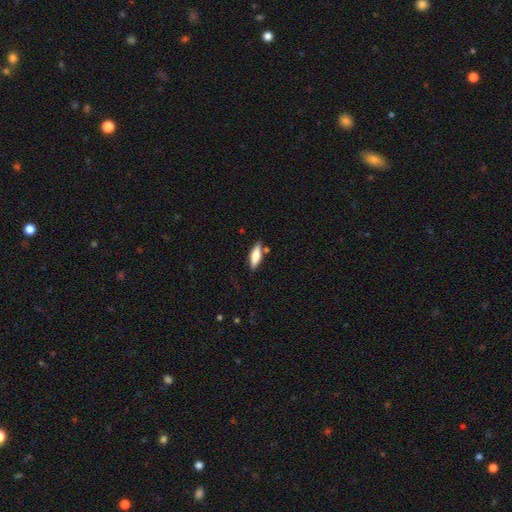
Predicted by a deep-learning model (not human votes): Smooth or featured?
  - smooth: 71% *
  - featured or disk: 23%
  - star or artifact: 6%
How rounded?
  - in between: 60% *
  - cigar-shaped: 38%
  - round: 2%
Merging?
  - none: 77% *
  - minor disturbance: 15%
  - merger: 6%
  - major disturbance: 3%